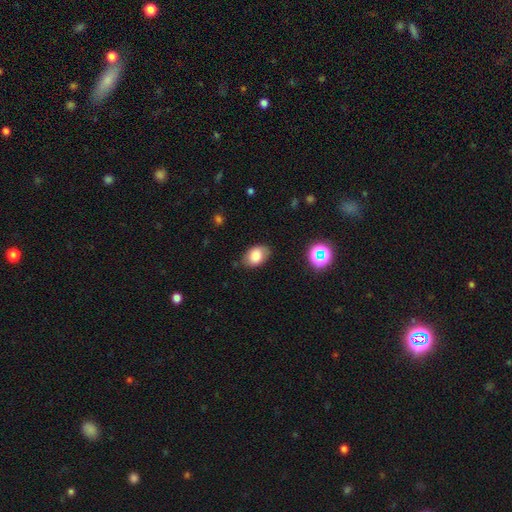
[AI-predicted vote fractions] Morphology: type=smooth (81%); roundness=in between (82%); merging=none (78%).